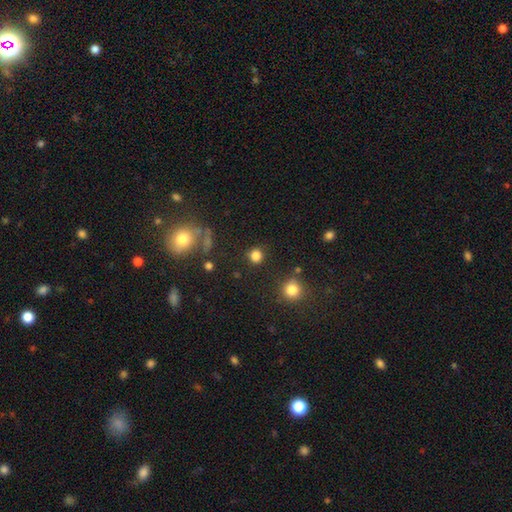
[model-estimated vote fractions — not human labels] smooth 82%, star or artifact 13%, featured or disk 4%. Down the decision tree: how rounded — round (88%); merging — none (85%).